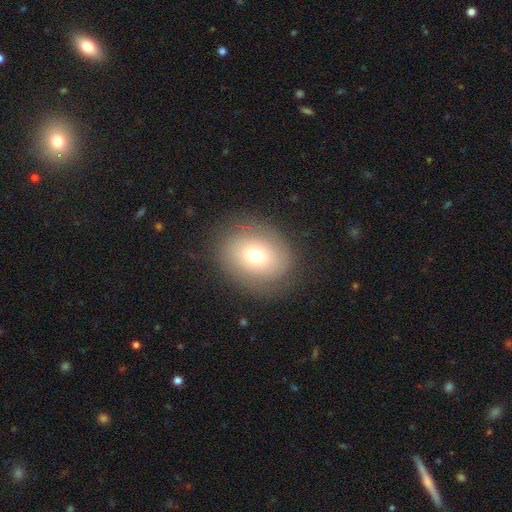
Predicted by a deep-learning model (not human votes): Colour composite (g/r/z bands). It shows a smooth galaxy with no disk features (68%) that is round (58%). Merging: none (81%).